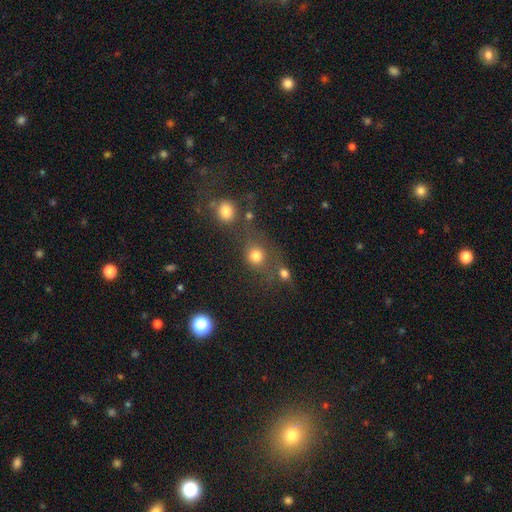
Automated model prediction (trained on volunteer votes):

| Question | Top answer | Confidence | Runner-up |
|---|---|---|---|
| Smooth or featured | smooth | 76% | star or artifact (16%) |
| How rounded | round | 85% | in between (14%) |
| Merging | none | 53% | merger (27%) |